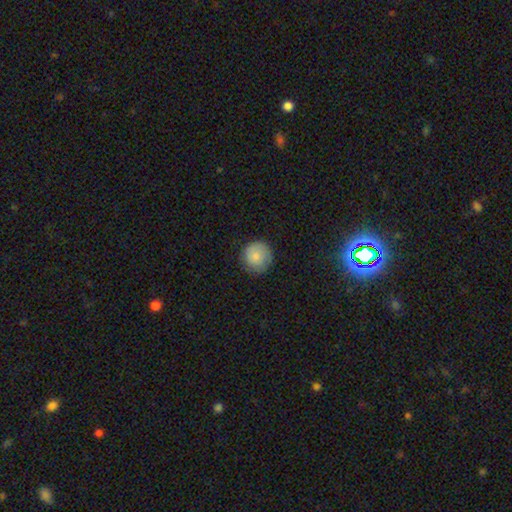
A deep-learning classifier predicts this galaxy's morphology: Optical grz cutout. It shows a smooth galaxy with no disk features (82%) that is round (94%). Merging: none (82%).